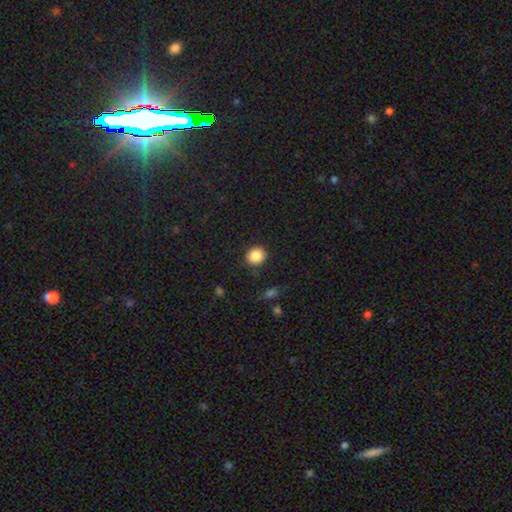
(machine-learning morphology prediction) smooth 86%, star or artifact 10%, featured or disk 4%. Down the decision tree: how rounded — round (83%); merging — none (89%).